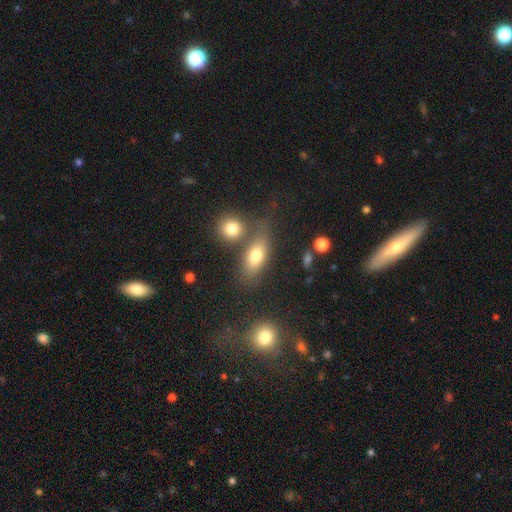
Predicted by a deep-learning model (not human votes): The model was most divided on "merging": none: 56%, merger: 24%, minor disturbance: 13%, major disturbance: 6%. More confident: how rounded — in between (76%); smooth or featured — smooth (74%).